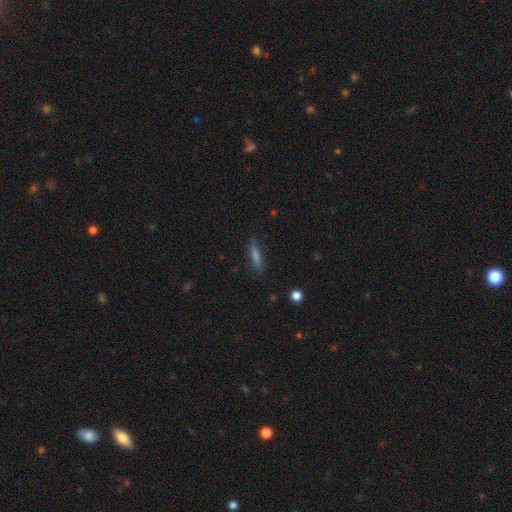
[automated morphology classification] Overall: smooth (71%). How rounded: cigar-shaped (81%). Merging: none (80%).